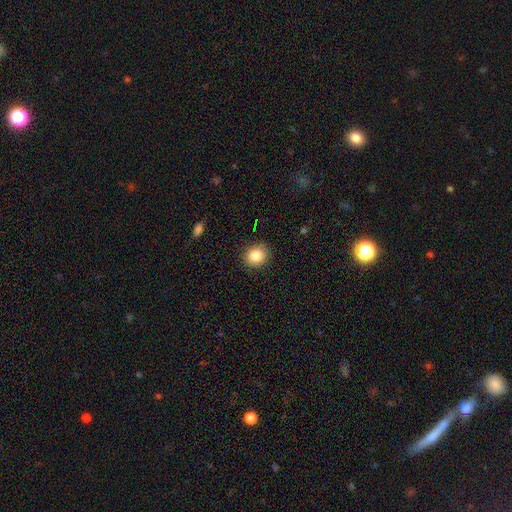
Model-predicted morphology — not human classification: Smooth or featured: smooth — 85% (star or artifact — 10%)
How rounded: round — 76% (in between — 23%)
Merging: none — 88% (minor disturbance — 9%)